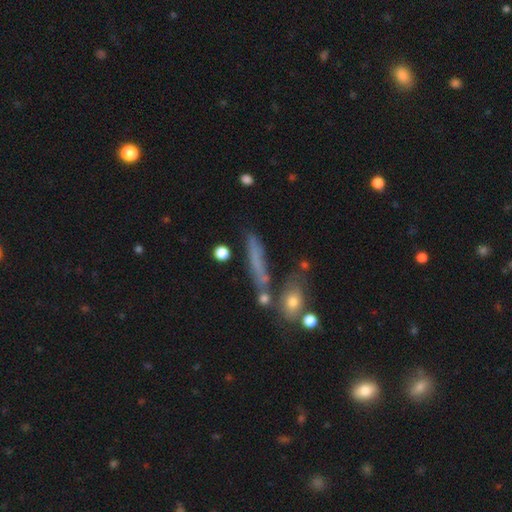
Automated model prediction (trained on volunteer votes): A smooth galaxy with no disk features (60%) that is cigar-shaped (81%).

Vote fractions:
- Smooth or featured? smooth: 60% / featured or disk: 28% / star or artifact: 12%
- How rounded? cigar-shaped: 81% / in between: 14% / round: 5%
- Merging? none: 63% / minor disturbance: 19% / merger: 10% / major disturbance: 8%